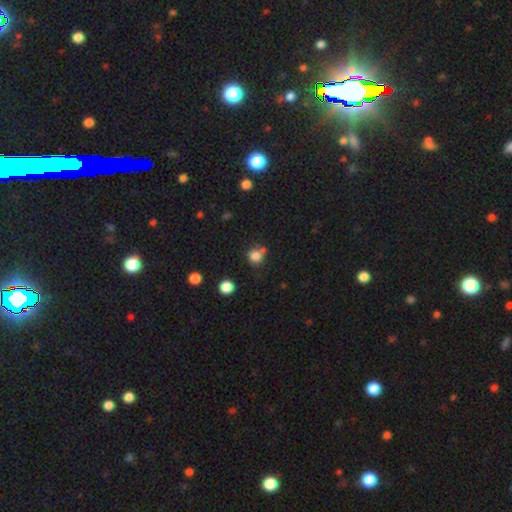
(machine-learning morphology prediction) type=smooth (81%); roundness=round (88%); merging=none (63%).